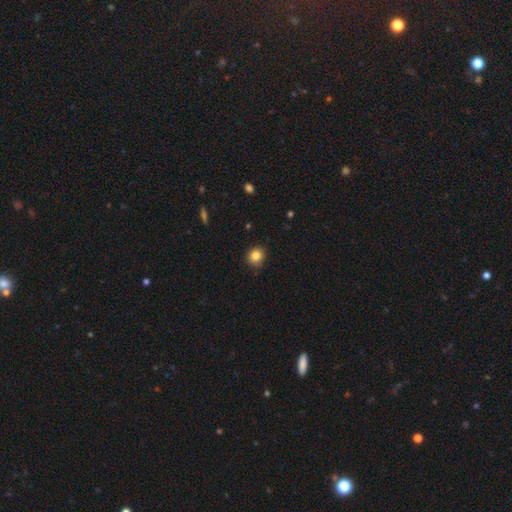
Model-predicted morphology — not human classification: A smooth galaxy with no disk features (84%) that is round (80%).

Vote fractions:
- Smooth or featured? smooth: 84% / star or artifact: 10% / featured or disk: 6%
- How rounded? round: 80% / in between: 19% / cigar-shaped: 1%
- Merging? none: 84% / minor disturbance: 12% / major disturbance: 2% / merger: 1%